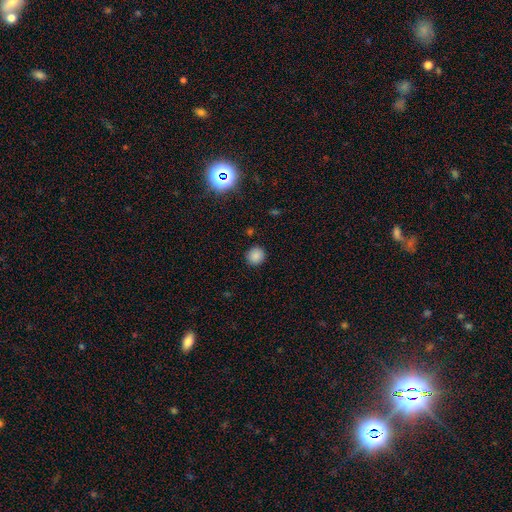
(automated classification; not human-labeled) smooth 85%, star or artifact 11%, featured or disk 3%. Down the decision tree: how rounded — round (91%); merging — none (89%).